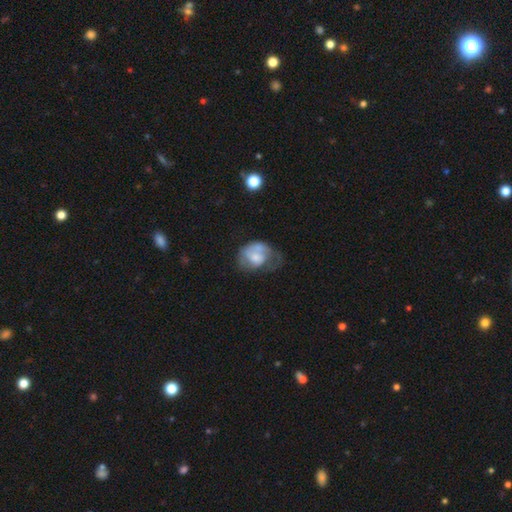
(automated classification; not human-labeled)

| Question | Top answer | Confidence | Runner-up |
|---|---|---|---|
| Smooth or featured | smooth | 49% | featured or disk (44%) |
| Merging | major disturbance | 42% | minor disturbance (27%) |